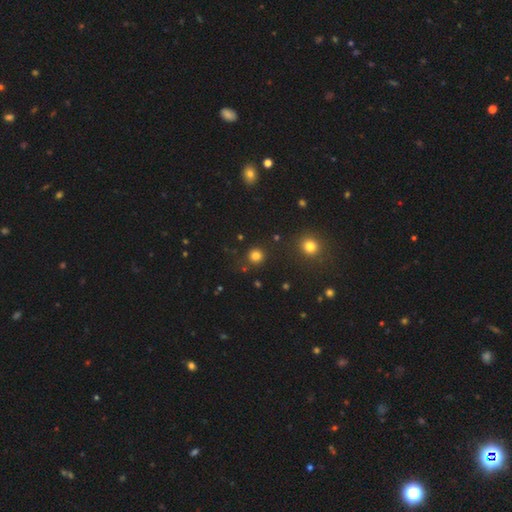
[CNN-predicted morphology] Overall: smooth (79%). How rounded: round (94%). Merging: none (89%).